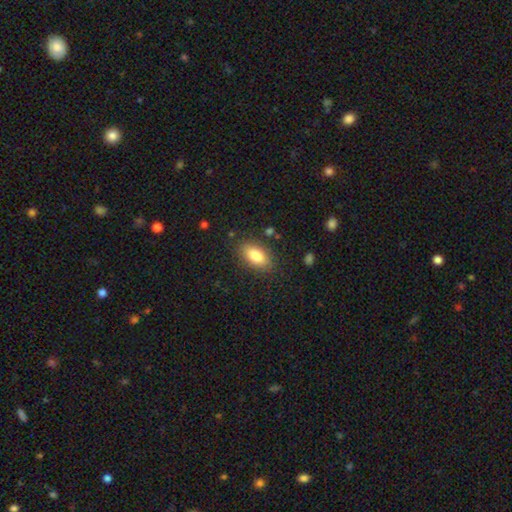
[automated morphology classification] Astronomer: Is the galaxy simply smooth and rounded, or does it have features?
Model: smooth — 82%.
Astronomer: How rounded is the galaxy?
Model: in between — 90%.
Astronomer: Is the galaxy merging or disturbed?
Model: none — 84%.